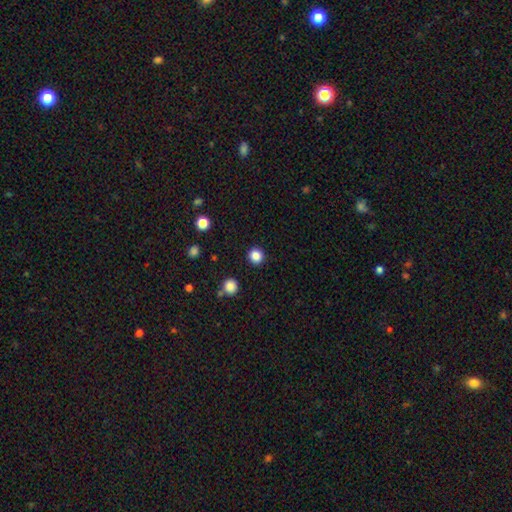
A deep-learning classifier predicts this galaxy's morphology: smooth-or-featured: smooth: 86% | star or artifact: 11% | featured or disk: 3%
  how-rounded: round: 92% | in between: 7% | cigar-shaped: 1%
  merging: none: 92% | minor disturbance: 5% | major disturbance: 2% | merger: 1%